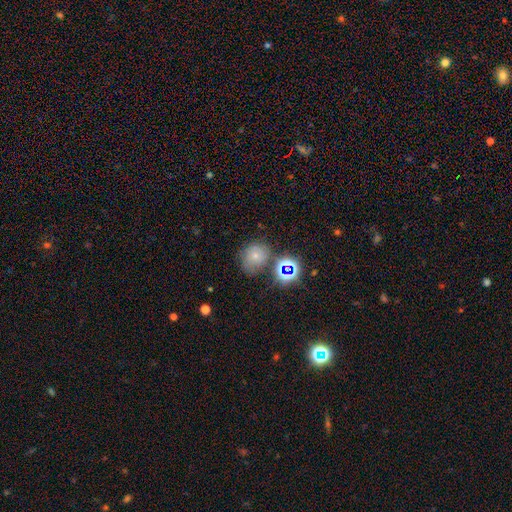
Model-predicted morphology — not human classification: Q: Smooth or featured?
A: smooth (57%); runner-up: star or artifact (25%)
Q: How rounded?
A: round (69%); runner-up: in between (30%)
Q: Merging?
A: none (57%); runner-up: minor disturbance (21%)